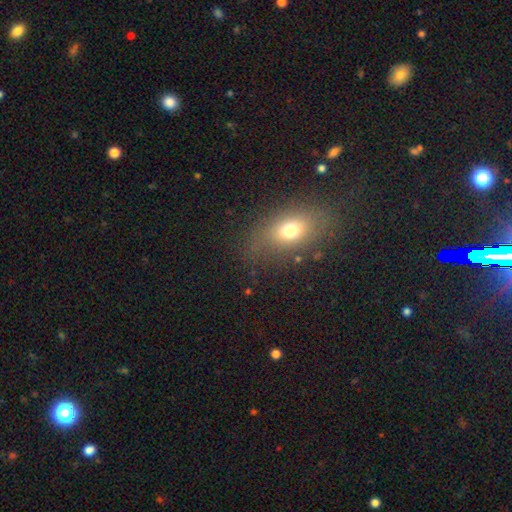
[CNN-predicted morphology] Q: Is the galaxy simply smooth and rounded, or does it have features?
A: smooth — 65%.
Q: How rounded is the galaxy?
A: in between — 74%.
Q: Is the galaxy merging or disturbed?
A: none — 79%.